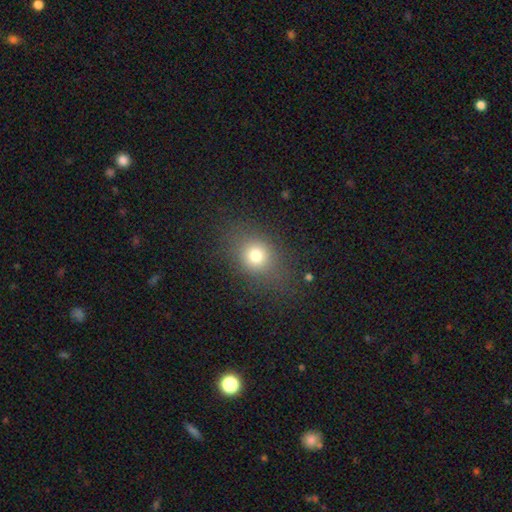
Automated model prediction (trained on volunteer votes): smooth-or-featured: smooth: 74% | star or artifact: 15% | featured or disk: 10%
  how-rounded: round: 61% | in between: 37% | cigar-shaped: 2%
  merging: none: 74% | minor disturbance: 15% | major disturbance: 9% | merger: 2%